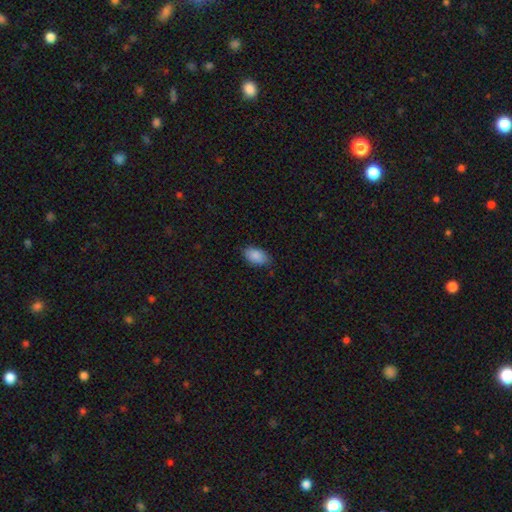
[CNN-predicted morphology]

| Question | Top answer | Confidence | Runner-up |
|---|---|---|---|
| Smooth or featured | smooth | 88% | star or artifact (7%) |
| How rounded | in between | 93% | round (5%) |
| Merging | none | 79% | minor disturbance (17%) |